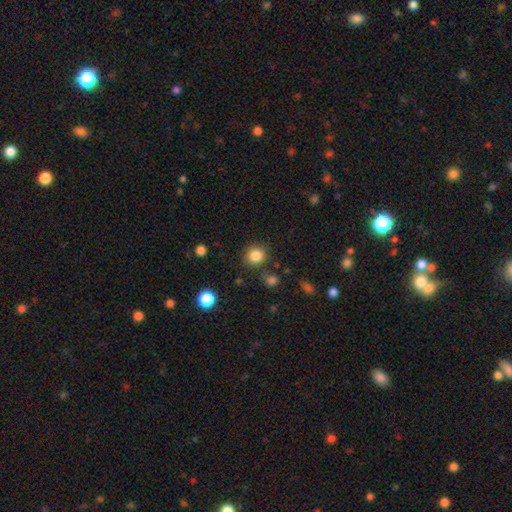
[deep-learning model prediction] This appears to be a smooth galaxy with no disk features (84%) that is round (89%). Merging: none (83%).